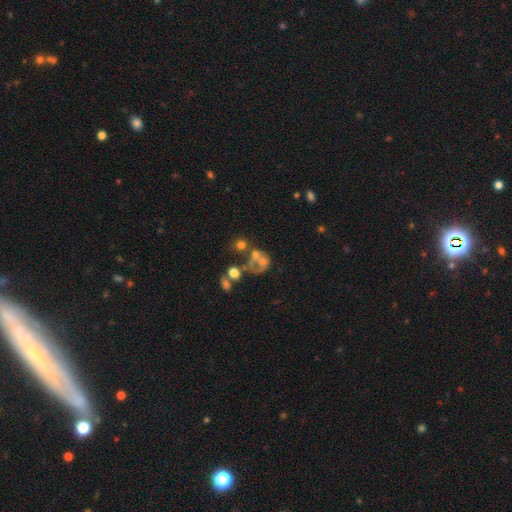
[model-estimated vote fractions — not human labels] This appears to be a featured or disk galaxy (41%). Merging: merger (43%).